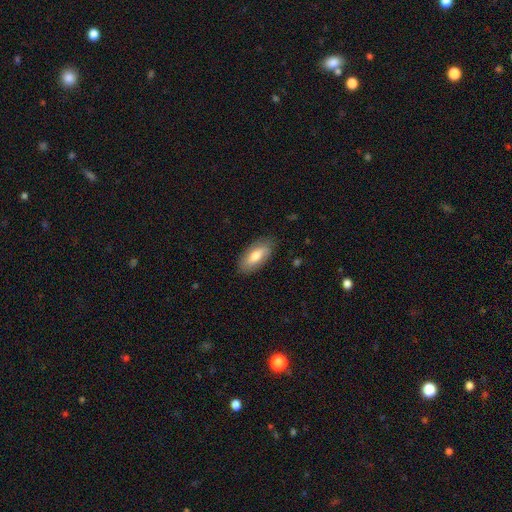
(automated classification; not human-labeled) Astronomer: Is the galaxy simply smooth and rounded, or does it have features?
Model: smooth — 70%.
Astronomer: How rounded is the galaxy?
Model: in between — 86%.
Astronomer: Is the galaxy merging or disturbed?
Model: none — 81%.